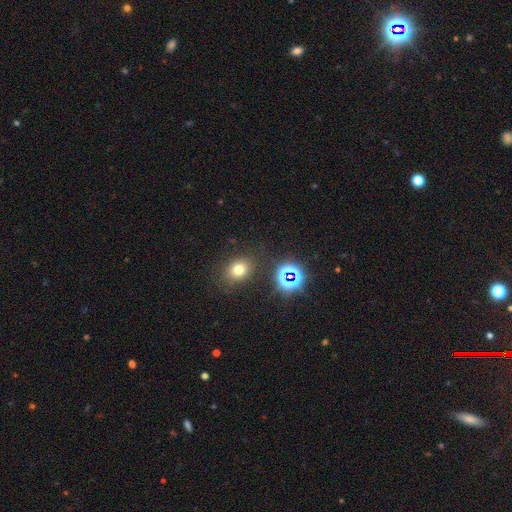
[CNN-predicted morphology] This is possibly a star or artifact rather than a galaxy (46%).